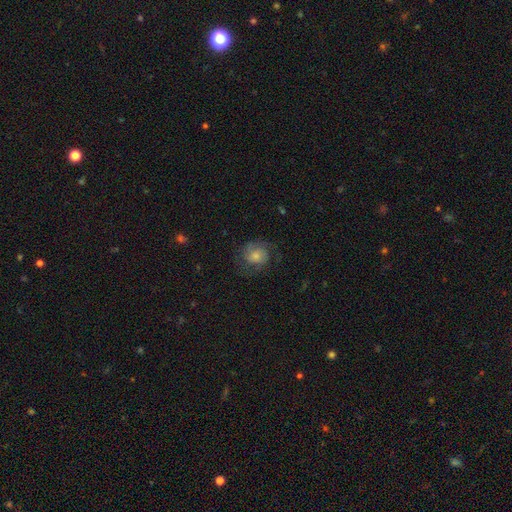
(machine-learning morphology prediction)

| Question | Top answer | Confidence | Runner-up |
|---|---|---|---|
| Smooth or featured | featured or disk | 58% | smooth (30%) |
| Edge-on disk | no | 97% | yes (3%) |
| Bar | no | 73% | weak (23%) |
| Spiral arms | yes | 90% | no (10%) |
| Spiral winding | medium | 42% | tied: tight (42%) |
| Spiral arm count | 2 | 66% | can't tell (18%) |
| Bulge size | moderate | 48% | small (34%) |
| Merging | none | 72% | minor disturbance (17%) |